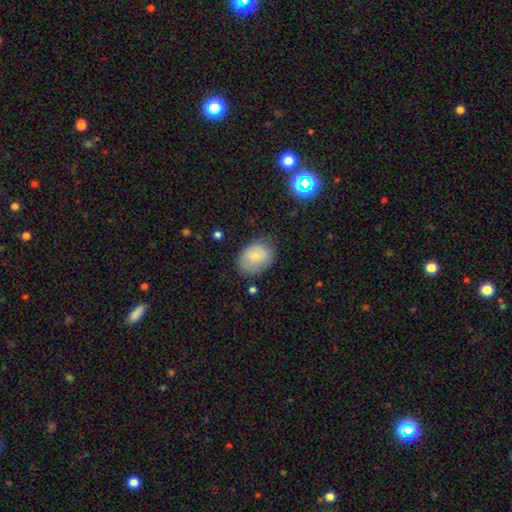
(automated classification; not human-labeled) smooth_or_featured: smooth (p=0.65) [alt: featured or disk p=0.28]
how_rounded: in between (p=0.69) [alt: round p=0.30]
merging: none (p=0.68) [alt: minor disturbance p=0.23]